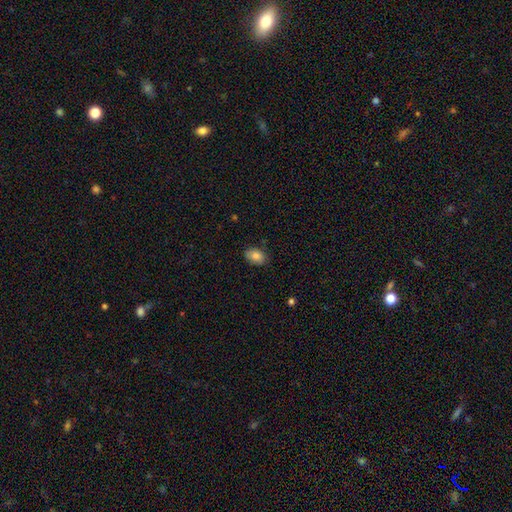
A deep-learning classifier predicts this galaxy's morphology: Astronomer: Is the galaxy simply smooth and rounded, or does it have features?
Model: smooth — 84%.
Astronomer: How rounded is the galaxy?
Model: in between — 84%.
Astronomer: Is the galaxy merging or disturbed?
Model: none — 83%.